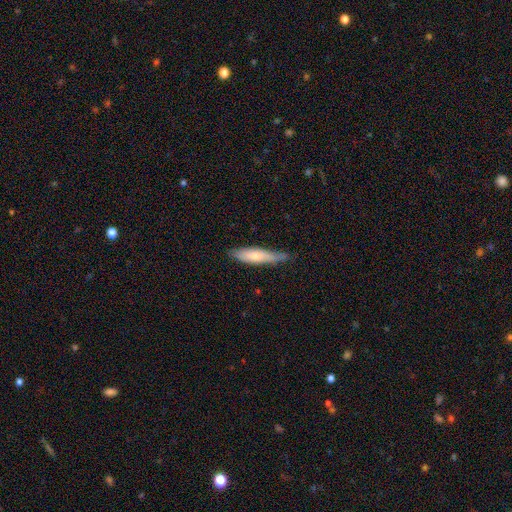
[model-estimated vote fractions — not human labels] A smooth galaxy with no disk features (67%) that is cigar-shaped (77%). Merging: none (66%).